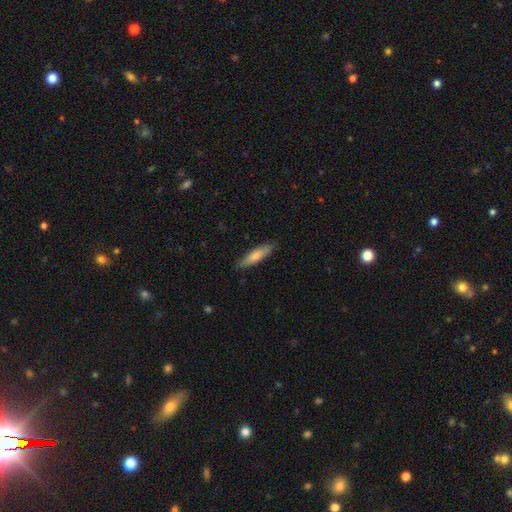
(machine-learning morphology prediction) smooth-or-featured: smooth: 74% | featured or disk: 21% | star or artifact: 5%
  how-rounded: cigar-shaped: 78% | in between: 21% | round: 1%
  merging: none: 87% | minor disturbance: 10% | major disturbance: 2% | merger: 1%